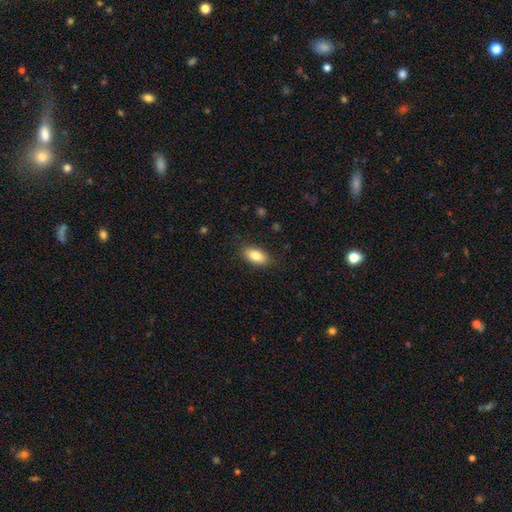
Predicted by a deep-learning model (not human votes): Smooth or featured: smooth — 82% (featured or disk — 11%)
How rounded: in between — 90% (cigar-shaped — 6%)
Merging: none — 85% (minor disturbance — 11%)